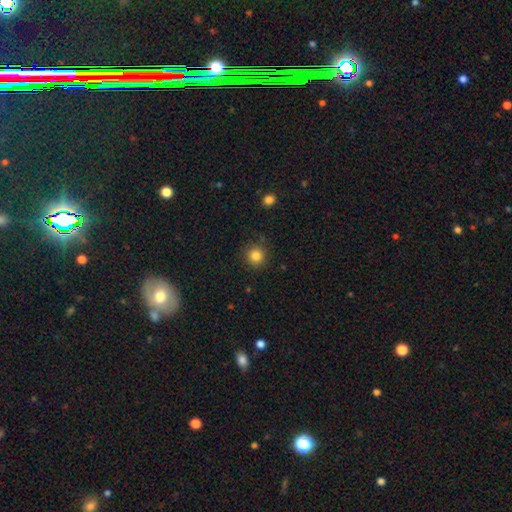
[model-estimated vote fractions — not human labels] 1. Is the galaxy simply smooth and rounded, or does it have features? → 84% smooth, 11% star or artifact, 5% featured or disk.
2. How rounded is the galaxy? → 92% round, 7% in between, 1% cigar-shaped.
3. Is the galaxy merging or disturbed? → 87% none, 8% minor disturbance, 3% major disturbance, 2% merger.